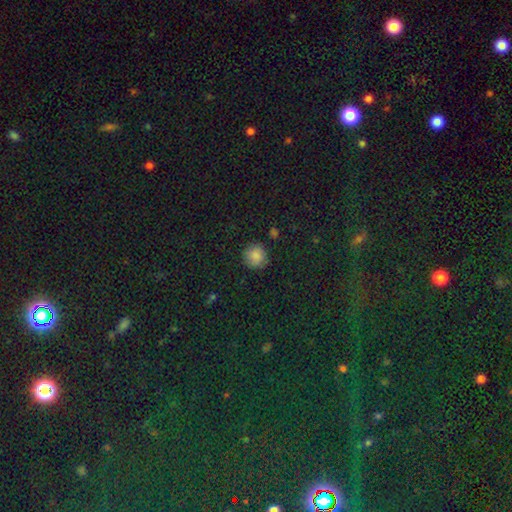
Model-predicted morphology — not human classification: smooth-or-featured: smooth: 84% | star or artifact: 10% | featured or disk: 5%
  how-rounded: round: 92% | in between: 7% | cigar-shaped: 1%
  merging: none: 85% | minor disturbance: 10% | major disturbance: 3% | merger: 1%